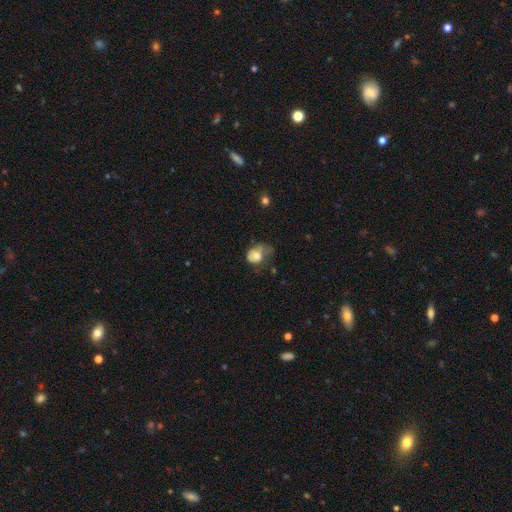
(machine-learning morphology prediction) This is likely a smooth galaxy (60%). How rounded: possibly in between (54%). Merging: marginally major disturbance (44%).